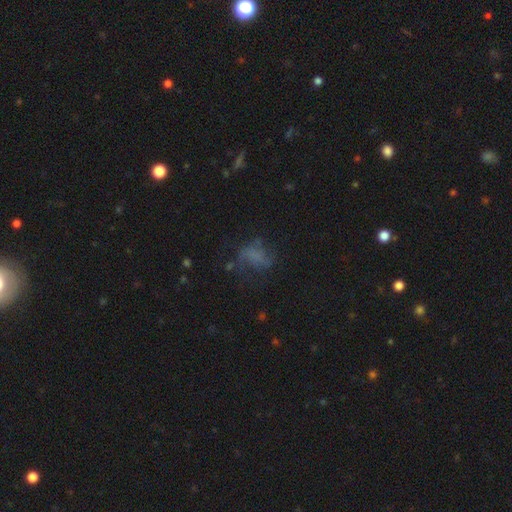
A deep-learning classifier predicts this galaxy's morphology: smooth 42%, featured or disk 37%, star or artifact 20%. Down the decision tree: merging — none (45%).